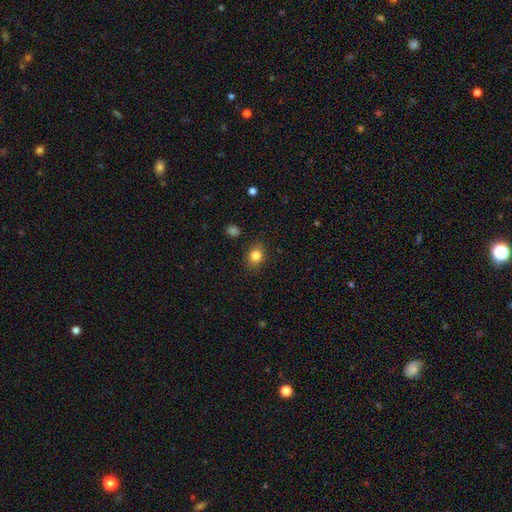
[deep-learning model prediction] Smooth or featured?
  - smooth: 83% *
  - star or artifact: 11%
  - featured or disk: 6%
How rounded?
  - round: 54% *
  - in between: 45%
  - cigar-shaped: 1%
Merging?
  - none: 85% *
  - minor disturbance: 11%
  - major disturbance: 3%
  - merger: 1%